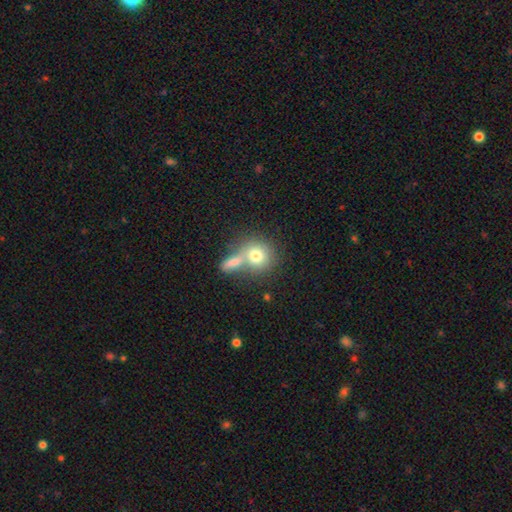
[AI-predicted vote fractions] Smooth or featured? smooth (76%)
How rounded? round (81%)
Merging? merger (46%)